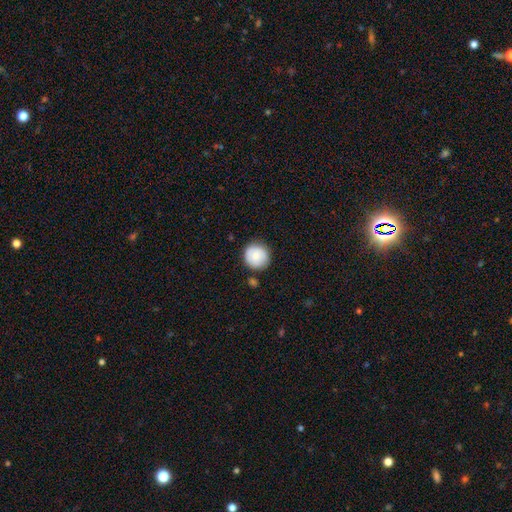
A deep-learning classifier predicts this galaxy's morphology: A smooth galaxy with no disk features (78%) that is round (93%).

Vote fractions:
- Smooth or featured? smooth: 78% / featured or disk: 15% / star or artifact: 7%
- How rounded? round: 93% / in between: 6% / cigar-shaped: 1%
- Merging? none: 83% / minor disturbance: 12% / merger: 3% / major disturbance: 3%